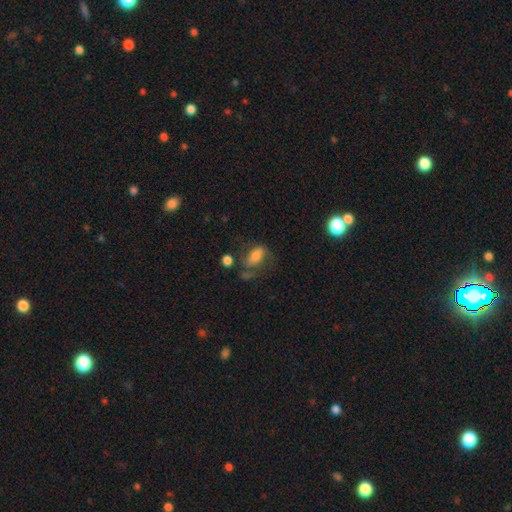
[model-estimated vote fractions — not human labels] The model was most divided on "merging": none: 38%, major disturbance: 28%, minor disturbance: 23%, merger: 11%. More confident: how rounded — in between (85%); smooth or featured — smooth (60%).